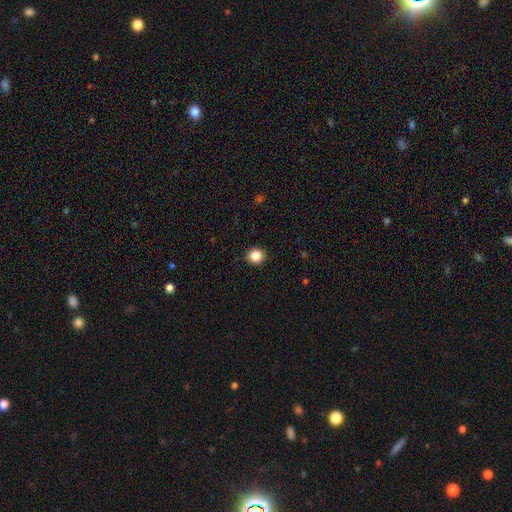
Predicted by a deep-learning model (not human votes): Smooth or featured: smooth — 86% (star or artifact — 10%)
How rounded: round — 87% (in between — 12%)
Merging: none — 92% (minor disturbance — 5%)